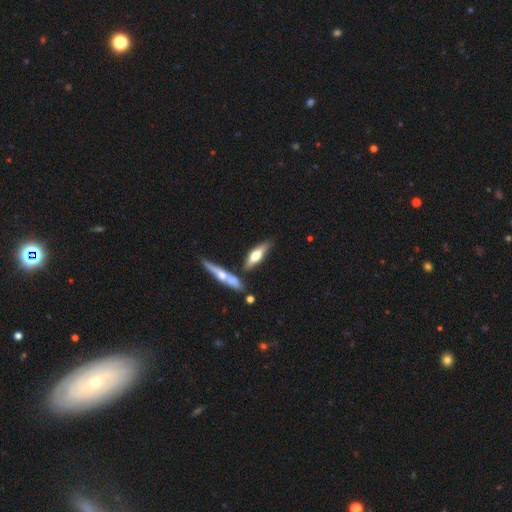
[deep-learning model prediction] Smooth or featured: smooth — 48% (featured or disk — 46%)
Merging: none — 63% (merger — 17%)